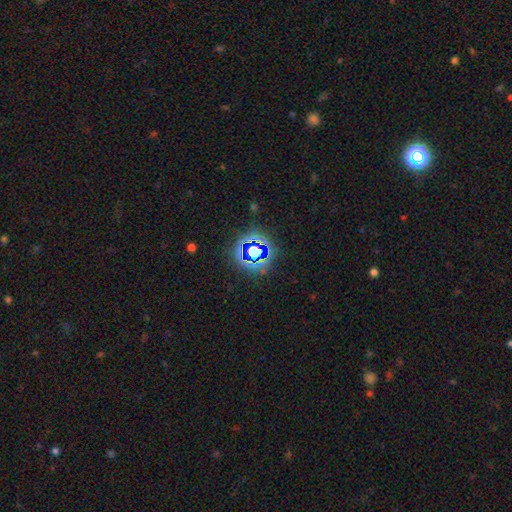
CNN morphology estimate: This appears to be a star or artifact, not a galaxy (74%).